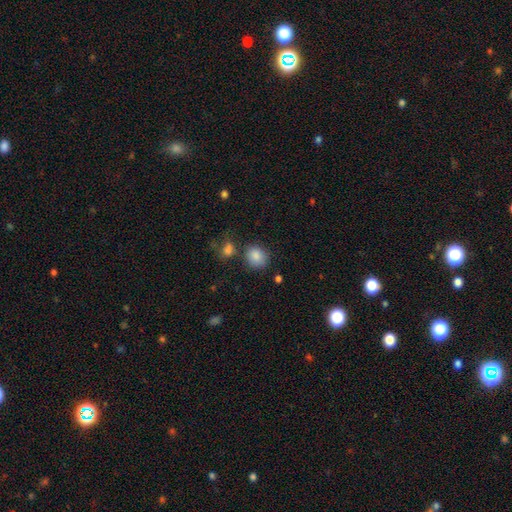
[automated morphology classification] A smooth galaxy with no disk features (85%) that is round (68%). Merging: none (74%).